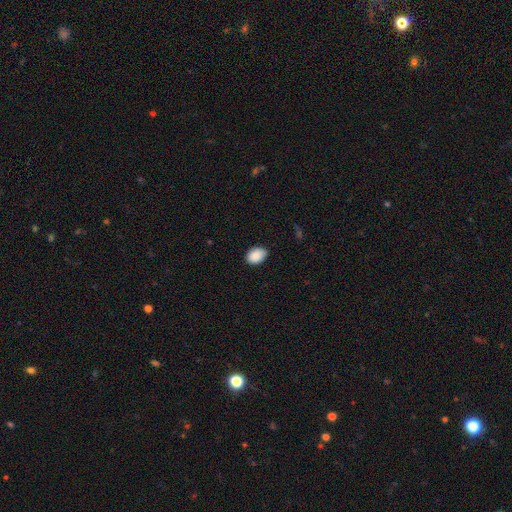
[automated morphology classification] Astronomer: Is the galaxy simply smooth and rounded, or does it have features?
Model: smooth — 90%.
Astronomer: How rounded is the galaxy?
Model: in between — 81%.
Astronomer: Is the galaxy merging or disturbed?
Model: none — 83%.